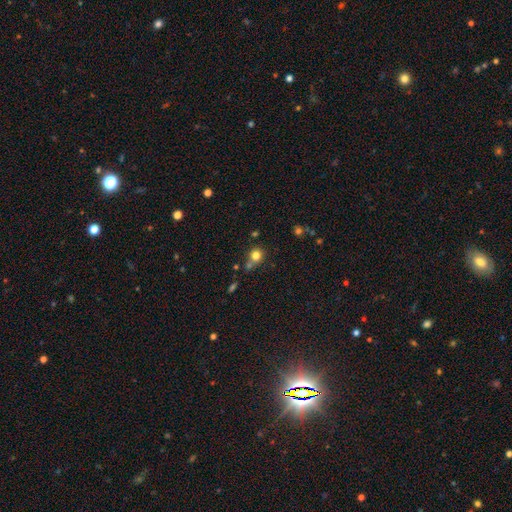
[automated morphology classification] Smooth or featured?
  - smooth: 79% *
  - star or artifact: 13%
  - featured or disk: 8%
How rounded?
  - round: 86% *
  - in between: 13%
  - cigar-shaped: 1%
Merging?
  - none: 60% *
  - merger: 22%
  - minor disturbance: 13%
  - major disturbance: 5%